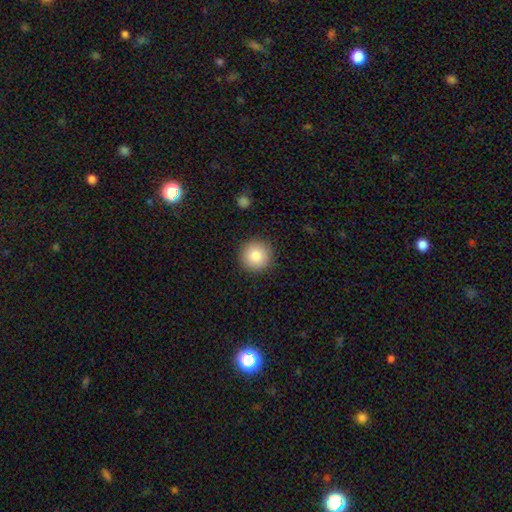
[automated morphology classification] This appears to be a smooth galaxy with no disk features (84%) that is round (96%). Merging: none (91%).